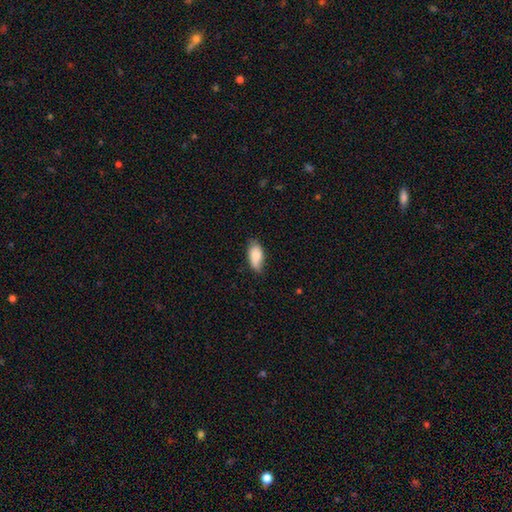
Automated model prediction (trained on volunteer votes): Smooth or featured? smooth (82%)
How rounded? in between (90%)
Merging? none (69%)